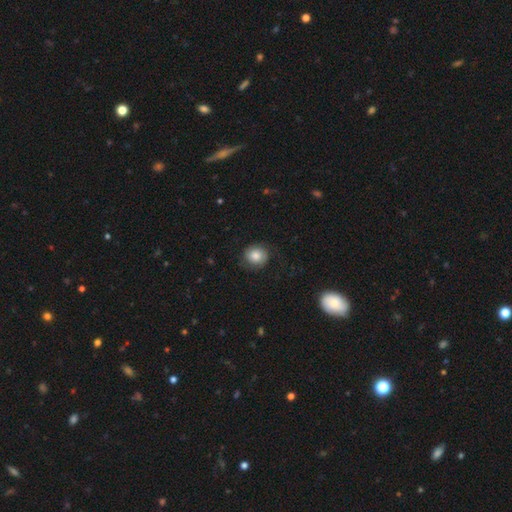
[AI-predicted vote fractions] Smooth or featured? Predicted: smooth (p=0.74). How rounded? Predicted: round (p=0.82). Merging? Predicted: none (p=0.76).